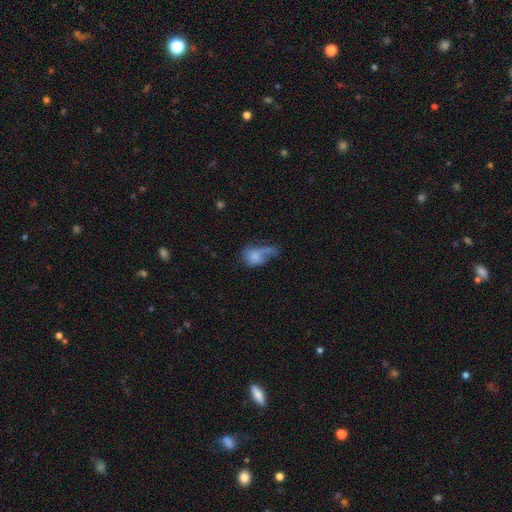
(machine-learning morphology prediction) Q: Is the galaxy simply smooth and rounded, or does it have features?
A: smooth — 67%.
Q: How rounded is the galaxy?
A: in between — 67%.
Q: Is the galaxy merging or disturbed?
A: major disturbance — 37%.